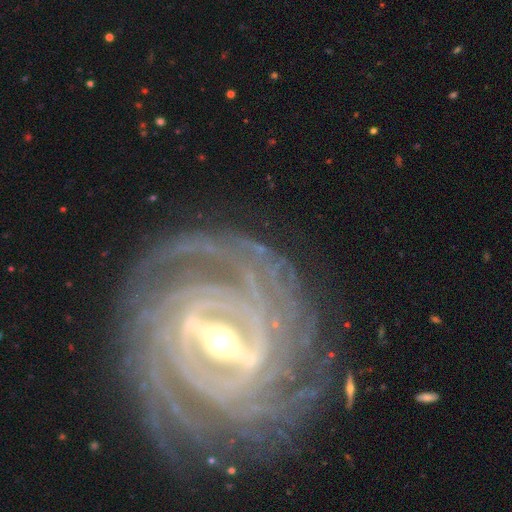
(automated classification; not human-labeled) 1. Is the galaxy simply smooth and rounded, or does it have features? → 93% featured or disk, 4% star or artifact, 3% smooth.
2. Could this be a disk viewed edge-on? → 95% no, 5% yes.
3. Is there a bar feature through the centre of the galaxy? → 78% strong, 17% weak, 5% no.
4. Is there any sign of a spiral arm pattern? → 98% yes, 2% no.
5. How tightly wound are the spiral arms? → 85% tight, 12% medium, 3% loose.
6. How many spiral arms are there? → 23% 4 (tied), 23% more than 4 (tied), 17% can't tell, 15% 3, 12% 2, 8% 1.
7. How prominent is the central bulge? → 59% moderate, 34% small, 5% large, 1% dominant, 1% none.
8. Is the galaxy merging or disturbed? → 84% none, 10% minor disturbance, 4% major disturbance, 1% merger.